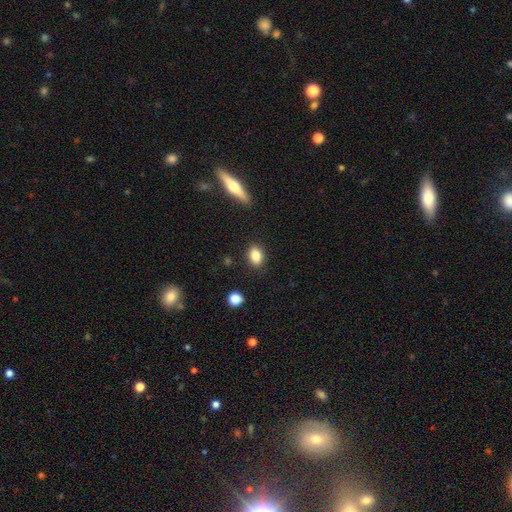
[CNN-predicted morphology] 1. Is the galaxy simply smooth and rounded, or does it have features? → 85% smooth, 8% star or artifact, 7% featured or disk.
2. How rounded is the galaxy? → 75% in between, 22% round, 3% cigar-shaped.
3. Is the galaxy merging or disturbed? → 87% none, 9% minor disturbance, 2% major disturbance, 2% merger.